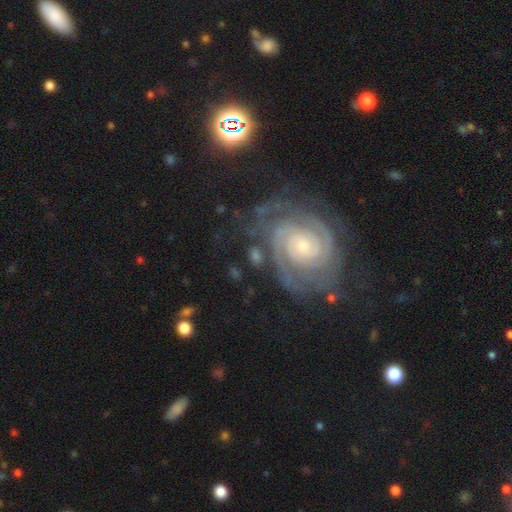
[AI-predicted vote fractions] A featured or disk galaxy (81%) with no bar (69%), 2 (53%) tight (76%) spiral arms (96%) and a small central bulge (55%).

Vote fractions:
- Smooth or featured? featured or disk: 81% / smooth: 11% / star or artifact: 8%
- Edge-on disk? no: 97% / yes: 3%
- Bar? no: 69% / weak: 22% / strong: 9%
- Spiral arms? yes: 96% / no: 4%
- Spiral winding? tight: 76% / medium: 20% / loose: 4%
- Spiral arm count? 2: 53% / can't tell: 15% / 3: 14% / 4: 7% / more than 4: 5% / 1: 5%
- Bulge size? small: 55% / moderate: 35% / large: 5% / none: 3% / dominant: 2%
- Merging? none: 70% / minor disturbance: 16% / major disturbance: 8% / merger: 6%